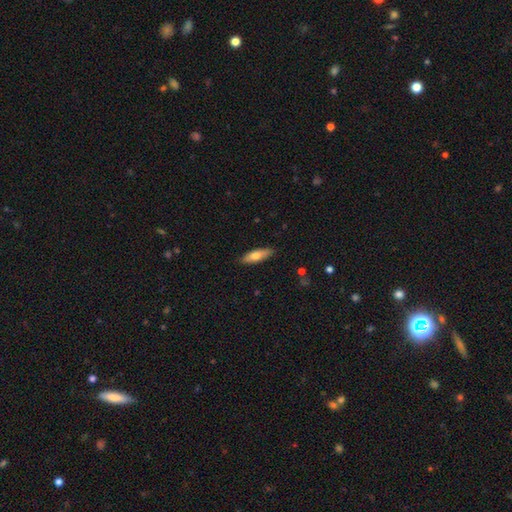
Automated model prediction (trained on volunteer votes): A smooth galaxy with no disk features (67%) that is cigar-shaped (52%).

Vote fractions:
- Smooth or featured? smooth: 67% / featured or disk: 27% / star or artifact: 6%
- How rounded? cigar-shaped: 52% / in between: 46% / round: 2%
- Merging? none: 88% / minor disturbance: 9% / major disturbance: 2% / merger: 1%